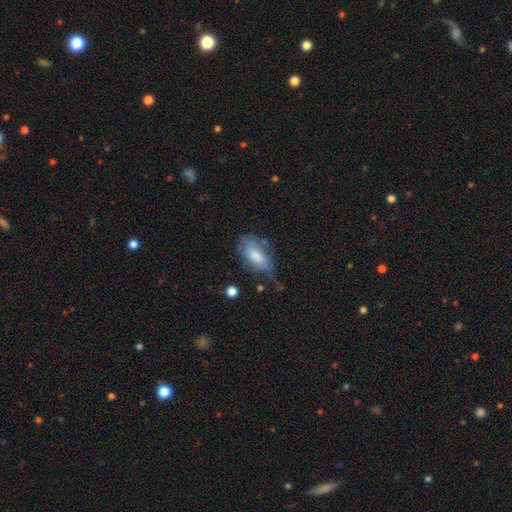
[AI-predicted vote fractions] This appears to be a smooth galaxy with no disk features (66%) that is in between round and cigar-shaped (89%). Merging: none (43%).